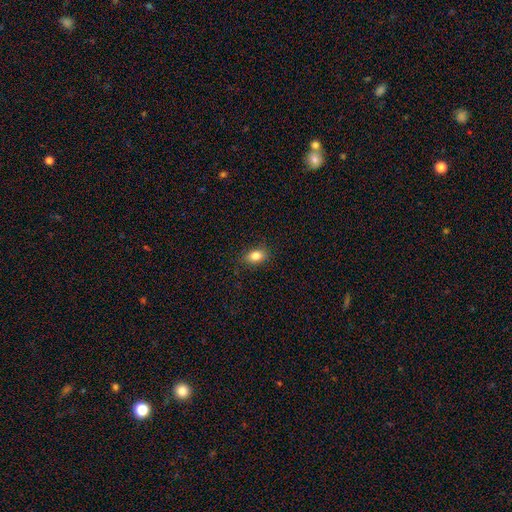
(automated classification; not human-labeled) Overall: smooth (84%). How rounded: in between (83%). Merging: none (87%).